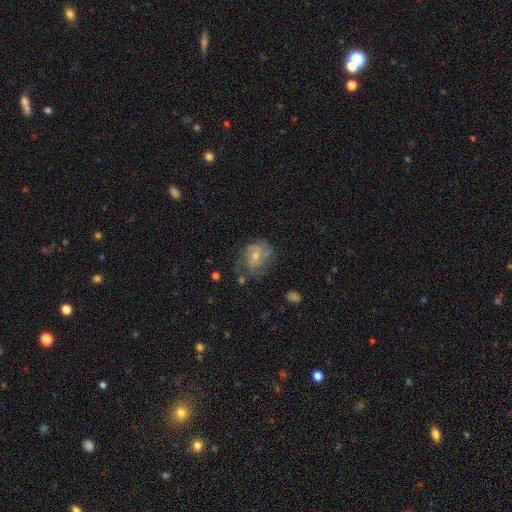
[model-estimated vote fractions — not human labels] Morphology: type=featured or disk (62%); edge-on=no (97%); bar=no (68%); spiral arms=yes (74%); bulge=small (50%); merging=none (49%).